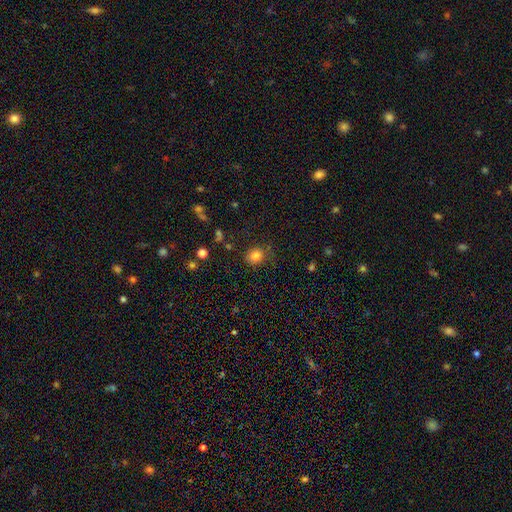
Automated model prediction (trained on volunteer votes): This appears to be a smooth galaxy with no disk features (81%) that is round (66%). Merging: none (75%).